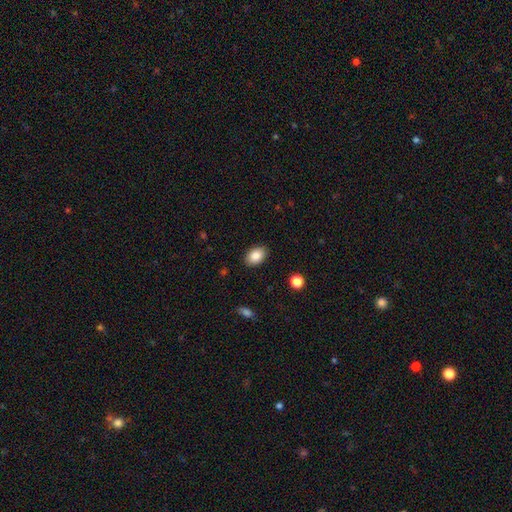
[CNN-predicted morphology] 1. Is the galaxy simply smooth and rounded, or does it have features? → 86% smooth, 8% star or artifact, 6% featured or disk.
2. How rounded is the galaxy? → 85% in between, 14% round, 1% cigar-shaped.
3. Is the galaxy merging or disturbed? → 88% none, 8% minor disturbance, 2% major disturbance, 1% merger.